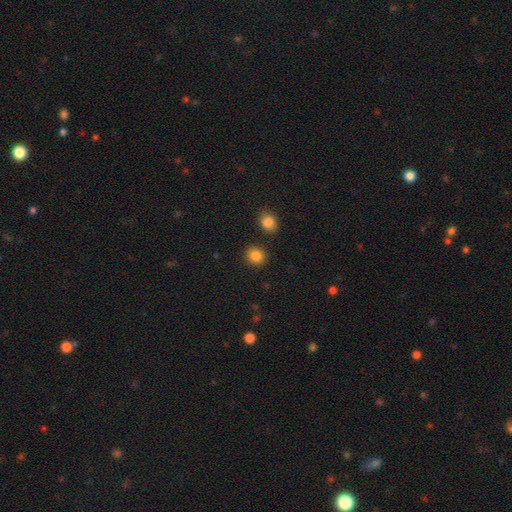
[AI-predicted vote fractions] This is clearly a smooth galaxy (86%). How rounded: likely round (80%). Merging: clearly none (87%).